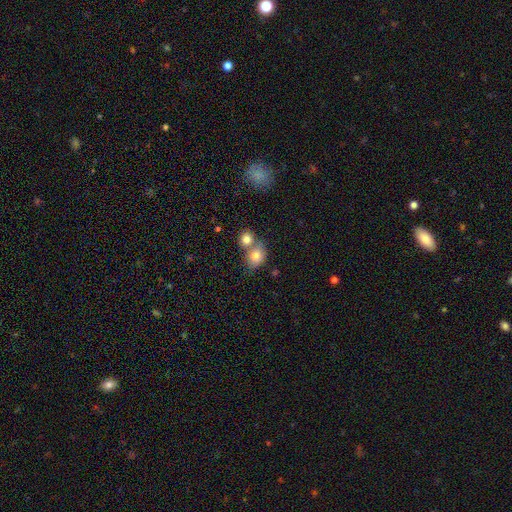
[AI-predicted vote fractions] Smooth or featured: smooth — 79% (featured or disk — 12%)
How rounded: round — 52% (in between — 46%)
Merging: merger — 51% (none — 37%)